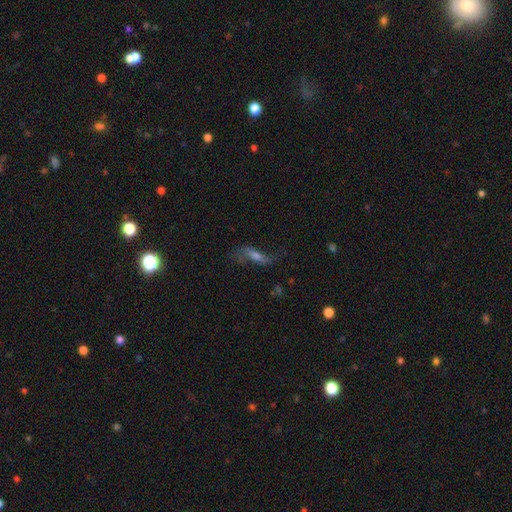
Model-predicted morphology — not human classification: type=featured or disk (56%); edge-on=no (72%); merging=none (54%).